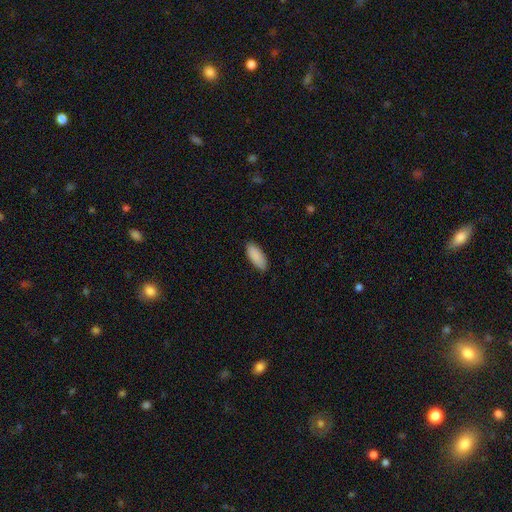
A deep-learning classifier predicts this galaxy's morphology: Smooth or featured? smooth (90%)
How rounded? in between (85%)
Merging? none (85%)